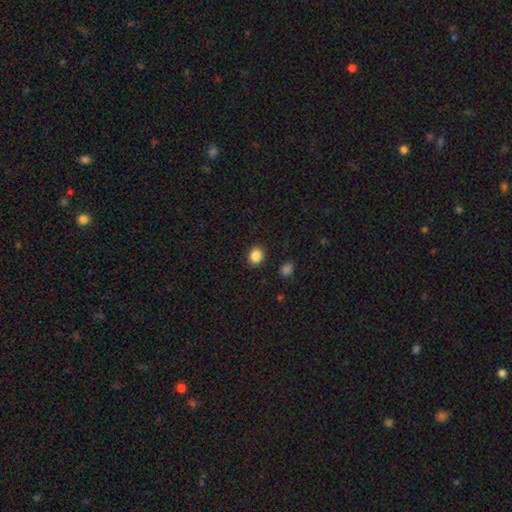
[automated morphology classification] type=smooth (87%); roundness=round (55%); merging=none (89%).